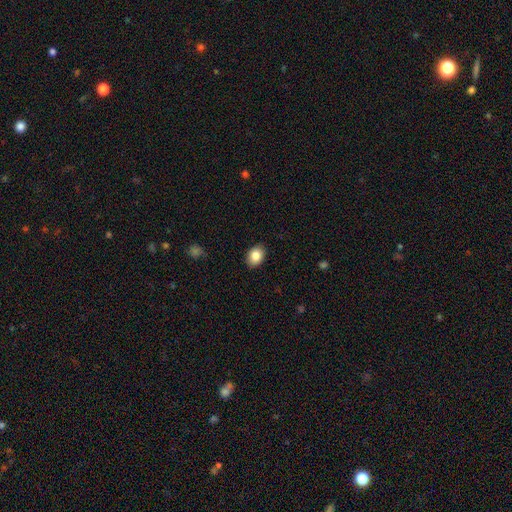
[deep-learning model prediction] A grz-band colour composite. It shows a smooth galaxy with no disk features (85%) that is in between round and cigar-shaped (69%). Merging: none (89%).